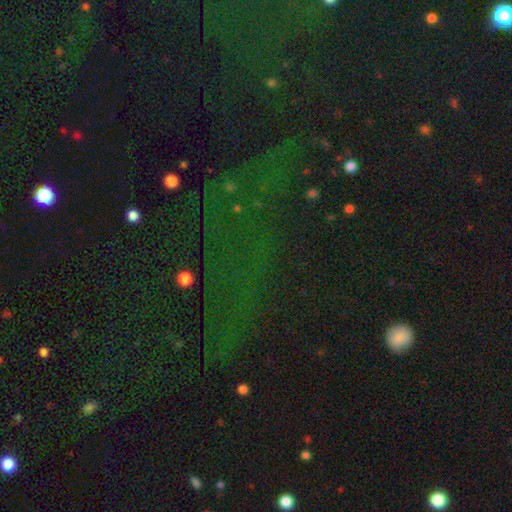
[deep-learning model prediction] A star or artifact, not a galaxy (73%).